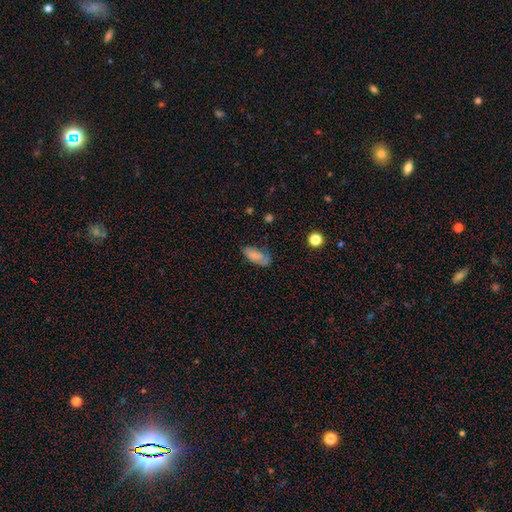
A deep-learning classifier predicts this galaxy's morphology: This appears to be a smooth galaxy with no disk features (72%) that is in between round and cigar-shaped (86%). Merging: none (56%).